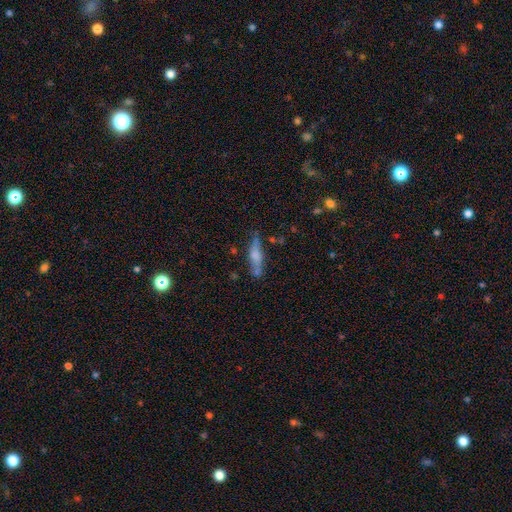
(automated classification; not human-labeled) This appears to be a smooth galaxy with no disk features (50%) that is cigar-shaped (72%). Merging: none (69%).